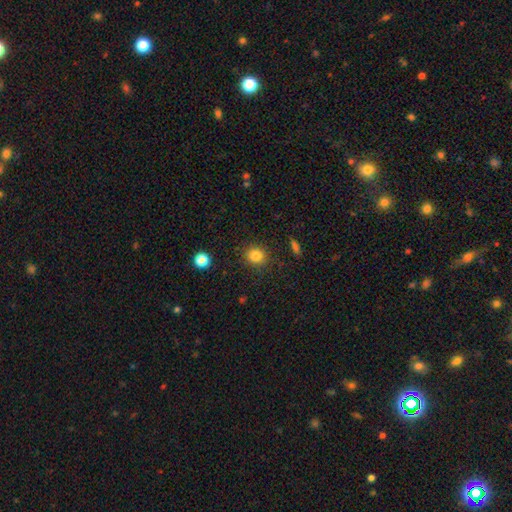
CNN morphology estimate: The model was most divided on "how rounded": round: 84%, in between: 15%, cigar-shaped: 1%. More confident: merging — none (89%); smooth or featured — smooth (83%).